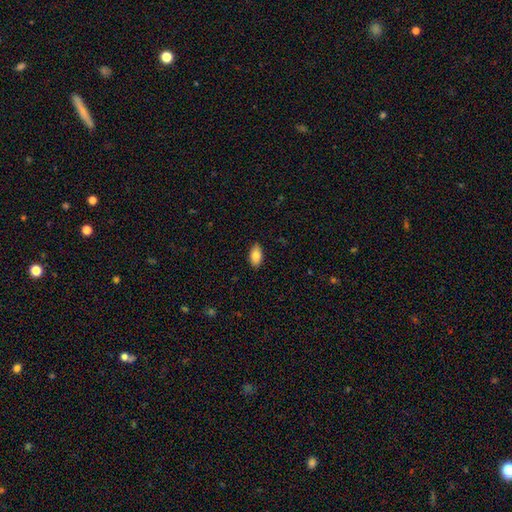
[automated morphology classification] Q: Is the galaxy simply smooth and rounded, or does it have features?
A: smooth — 84%.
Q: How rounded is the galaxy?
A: in between — 93%.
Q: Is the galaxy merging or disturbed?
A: none — 88%.